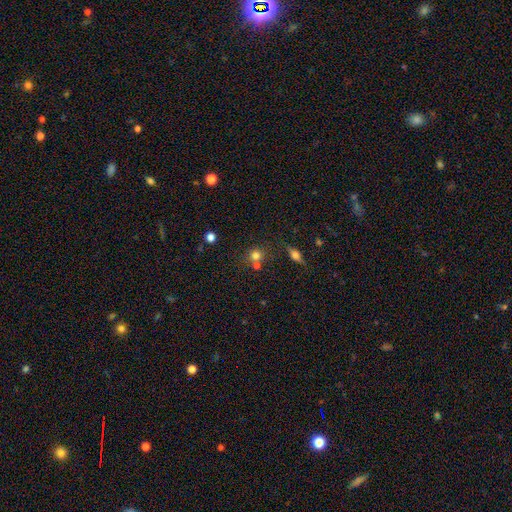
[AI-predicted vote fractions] smooth 73%, star or artifact 16%, featured or disk 11%. Down the decision tree: how rounded — round (85%); merging — none (59%).